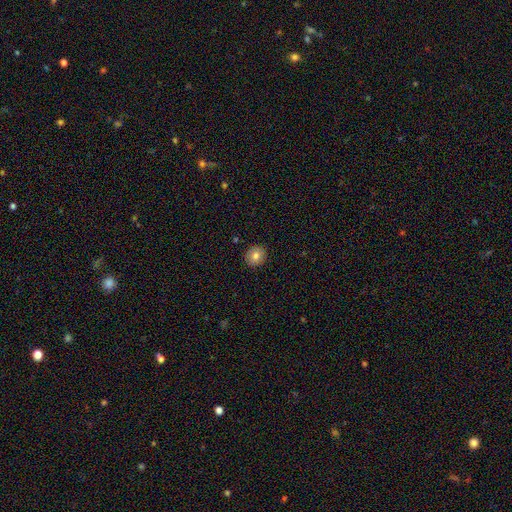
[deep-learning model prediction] This appears to be a smooth galaxy with no disk features (79%) that is round (85%). Merging: none (91%).